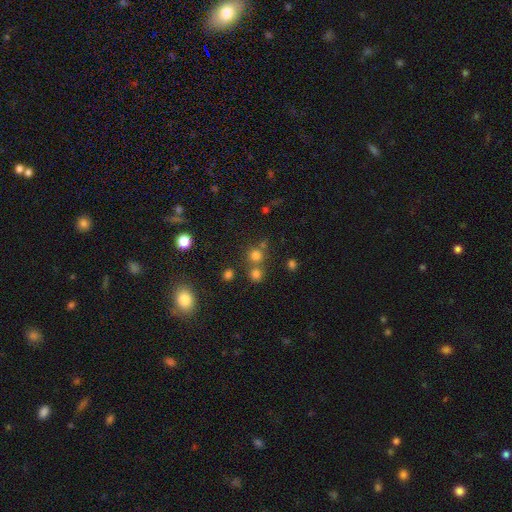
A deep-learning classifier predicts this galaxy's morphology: smooth 69%, star or artifact 24%, featured or disk 8%. Down the decision tree: how rounded — round (91%); merging — none (65%).